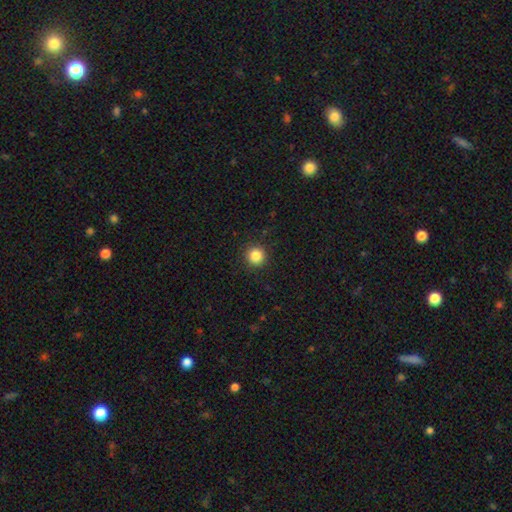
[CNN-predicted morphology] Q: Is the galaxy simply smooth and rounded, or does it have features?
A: smooth — 85%.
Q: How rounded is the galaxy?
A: round — 95%.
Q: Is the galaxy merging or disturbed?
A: none — 92%.